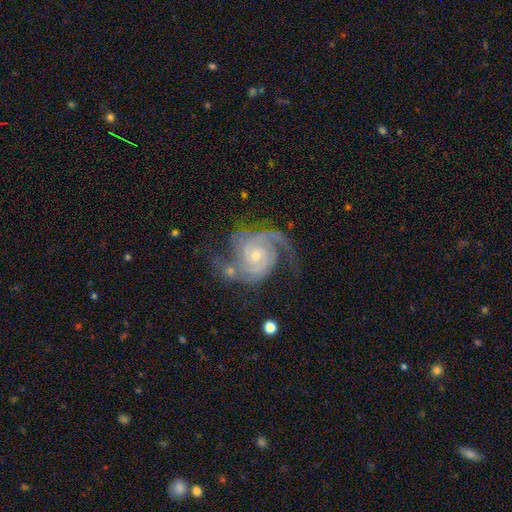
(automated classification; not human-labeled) A featured or disk galaxy (91%) with no bar (68%), 2 (65%) medium (45%) spiral arms (98%) and a small central bulge (64%).

Vote fractions:
- Smooth or featured? featured or disk: 91% / star or artifact: 5% / smooth: 4%
- Edge-on disk? no: 98% / yes: 2%
- Bar? no: 68% / weak: 26% / strong: 6%
- Spiral arms? yes: 98% / no: 2%
- Spiral winding? medium: 45% / tight: 43% / loose: 12%
- Spiral arm count? 2: 65% / 3: 18% / can't tell: 7% / 4: 4% / 1: 3% / more than 4: 3%
- Bulge size? small: 64% / moderate: 32% / large: 2% / none: 2% / dominant: 1%
- Merging? none: 63% / minor disturbance: 18% / major disturbance: 13% / merger: 6%